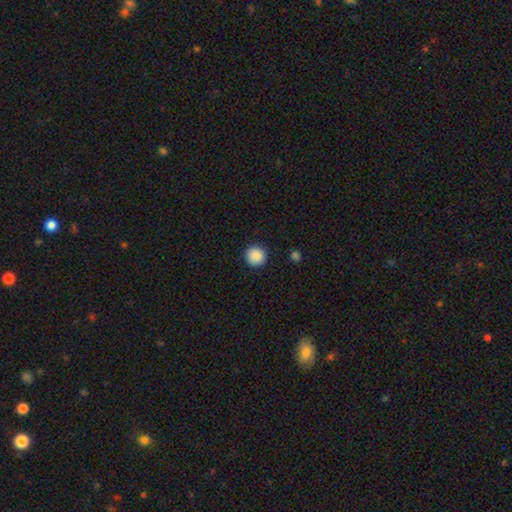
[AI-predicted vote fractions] Smooth or featured: smooth — 89% (star or artifact — 9%)
How rounded: round — 95% (in between — 4%)
Merging: none — 91% (minor disturbance — 6%)